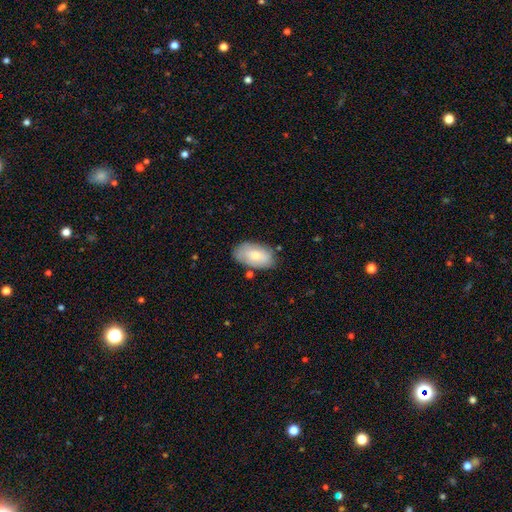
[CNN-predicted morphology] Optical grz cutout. It shows a smooth galaxy with no disk features (72%) that is in between round and cigar-shaped (94%). Merging: none (75%).